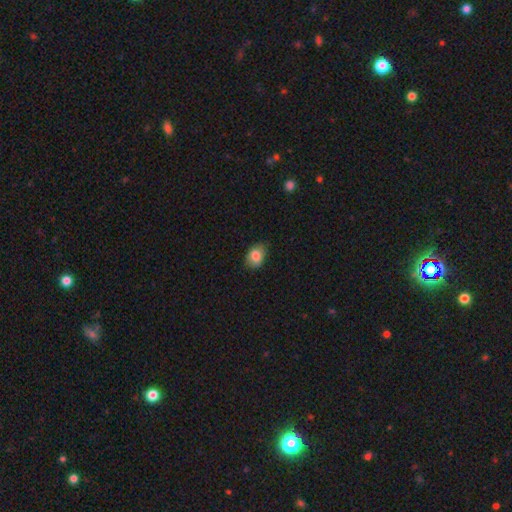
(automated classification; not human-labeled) smooth 83%, featured or disk 9%, star or artifact 8%. Down the decision tree: how rounded — in between (75%); merging — none (74%).